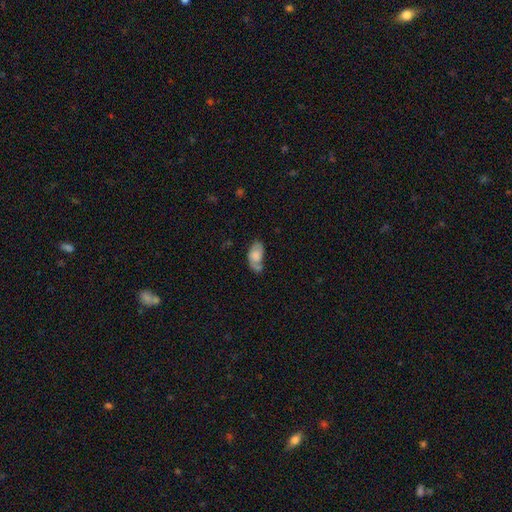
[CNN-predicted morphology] The model was most divided on "merging": none: 41%, minor disturbance: 31%, major disturbance: 18%, merger: 11%. More confident: how rounded — in between (92%); smooth or featured — smooth (58%).